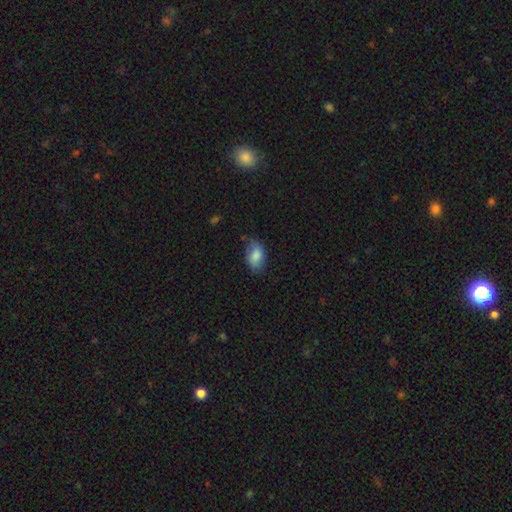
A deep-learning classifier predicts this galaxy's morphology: smooth_or_featured: smooth (p=0.83) [alt: featured or disk p=0.10]
how_rounded: in between (p=0.89) [alt: round p=0.09]
merging: none (p=0.63) [alt: minor disturbance p=0.28]